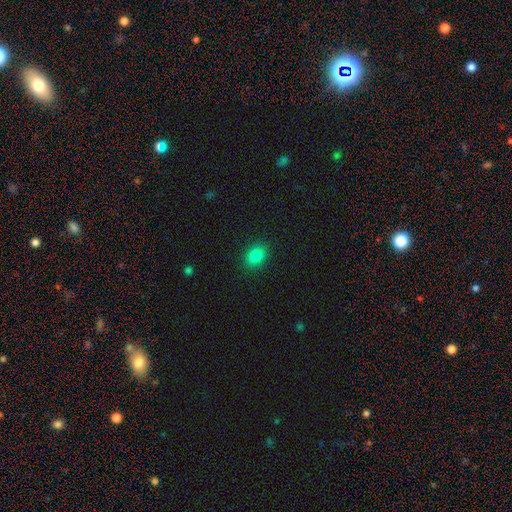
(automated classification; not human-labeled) smooth 84%, star or artifact 11%, featured or disk 5%. Down the decision tree: how rounded — in between (64%); merging — none (89%).